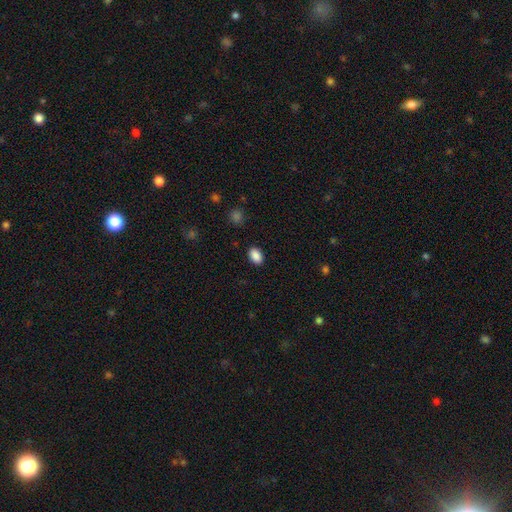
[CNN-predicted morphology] Q: Smooth or featured?
A: smooth (89%); runner-up: star or artifact (8%)
Q: How rounded?
A: in between (86%); runner-up: round (13%)
Q: Merging?
A: none (88%); runner-up: minor disturbance (8%)